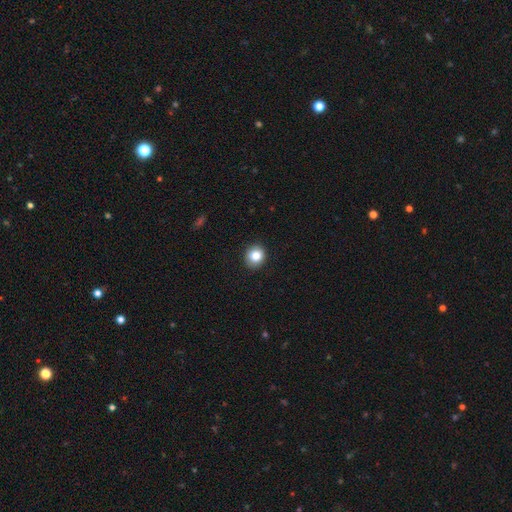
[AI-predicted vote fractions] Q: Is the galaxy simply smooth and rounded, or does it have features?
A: smooth — 84%.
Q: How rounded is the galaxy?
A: round — 78%.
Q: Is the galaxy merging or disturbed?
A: none — 91%.